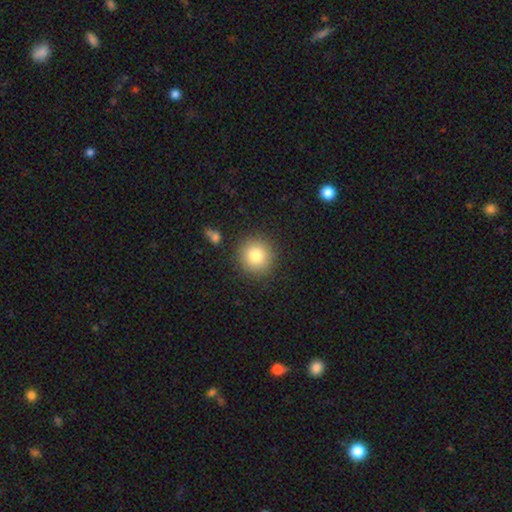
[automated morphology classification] smooth-or-featured: smooth: 80% | star or artifact: 10% | featured or disk: 9%
  how-rounded: round: 94% | in between: 5% | cigar-shaped: 1%
  merging: none: 89% | minor disturbance: 7% | major disturbance: 2% | merger: 2%